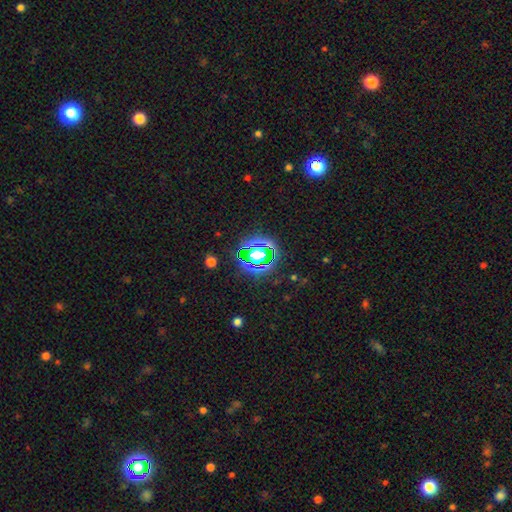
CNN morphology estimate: Smooth or featured? Predicted: star or artifact (p=0.77).